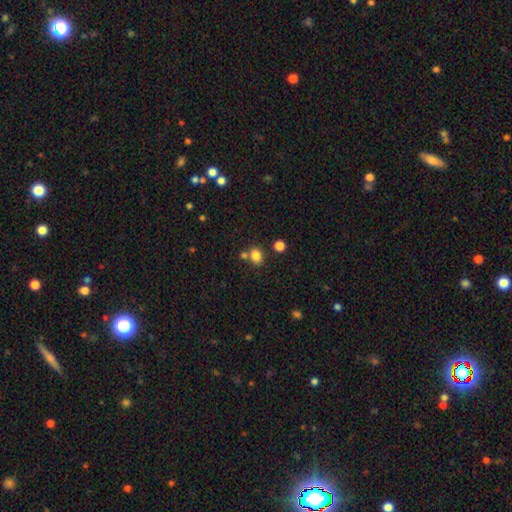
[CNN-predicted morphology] type=smooth (82%); roundness=round (56%); merging=none (67%).